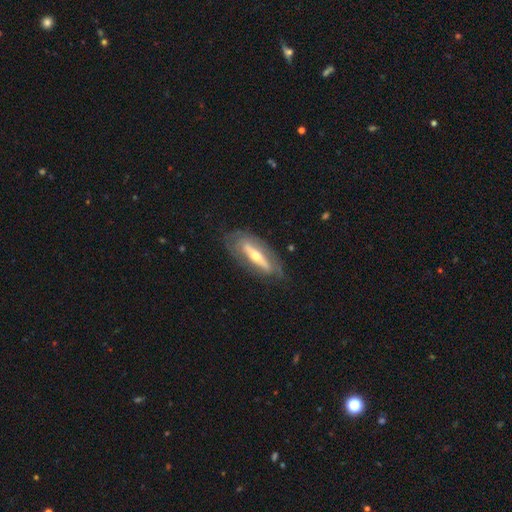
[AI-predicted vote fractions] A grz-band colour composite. It shows a featured or disk galaxy (71%). Merging: none (71%).